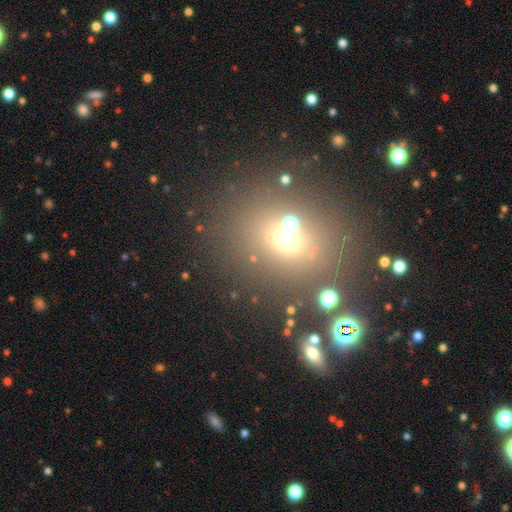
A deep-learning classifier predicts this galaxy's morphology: Smooth or featured? smooth (44%)
Merging? none (67%)